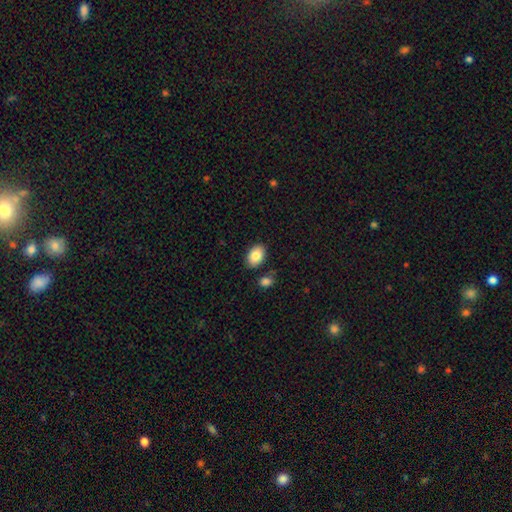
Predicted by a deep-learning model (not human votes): Smooth or featured?
  - smooth: 85% *
  - featured or disk: 8%
  - star or artifact: 7%
How rounded?
  - in between: 87% *
  - round: 12%
  - cigar-shaped: 1%
Merging?
  - none: 83% *
  - minor disturbance: 10%
  - merger: 4%
  - major disturbance: 2%